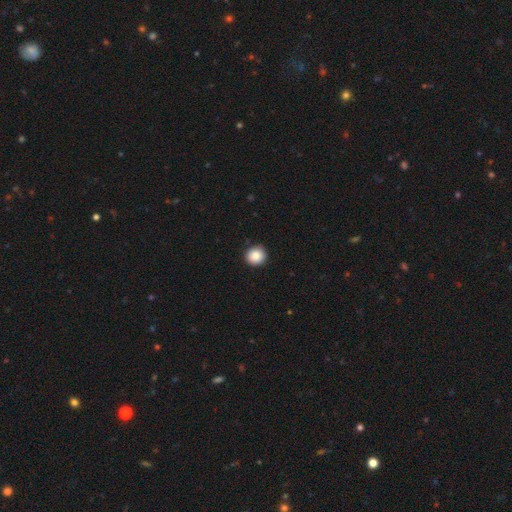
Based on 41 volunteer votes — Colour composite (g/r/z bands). It shows a smooth galaxy with no disk features (93%) that is round (89%). Merging: none (90%).